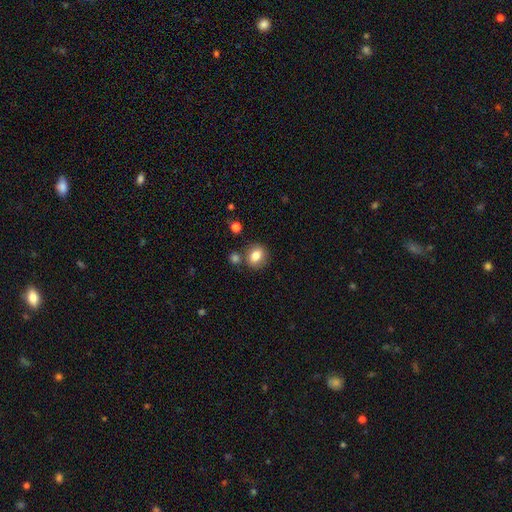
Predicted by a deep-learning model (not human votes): This is clearly a smooth galaxy (81%). How rounded: possibly round (55%). Merging: likely none (75%).